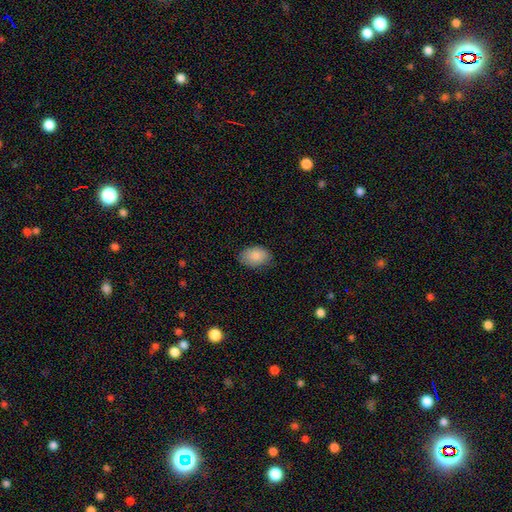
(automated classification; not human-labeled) A smooth galaxy with no disk features (87%) that is in between round and cigar-shaped (85%).

Vote fractions:
- Smooth or featured? smooth: 87% / star or artifact: 7% / featured or disk: 6%
- How rounded? in between: 85% / round: 14% / cigar-shaped: 1%
- Merging? none: 77% / minor disturbance: 19% / major disturbance: 3% / merger: 1%